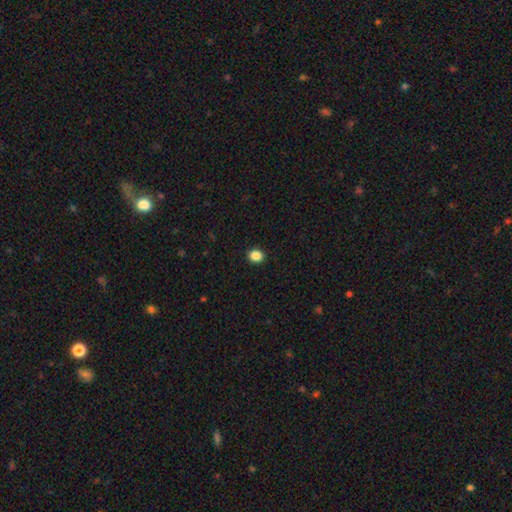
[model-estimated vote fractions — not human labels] smooth 87%, star or artifact 10%, featured or disk 3%. Down the decision tree: how rounded — round (69%); merging — none (92%).